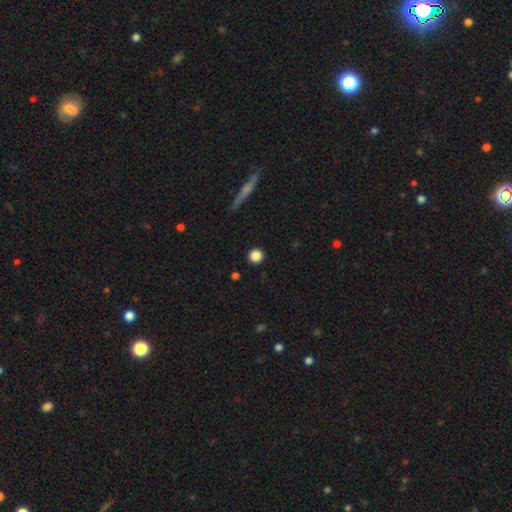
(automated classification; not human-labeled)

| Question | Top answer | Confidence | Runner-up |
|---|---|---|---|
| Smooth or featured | smooth | 85% | star or artifact (10%) |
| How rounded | round | 94% | in between (5%) |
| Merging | none | 92% | minor disturbance (5%) |